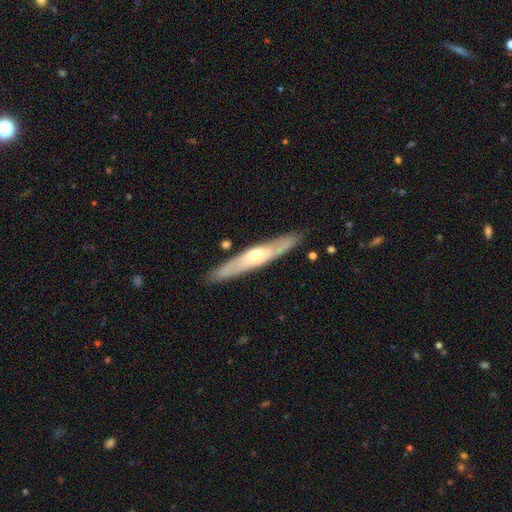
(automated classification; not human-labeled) smooth_or_featured: featured or disk (p=0.62) [alt: smooth p=0.33]
disk_edge_on: yes (p=0.66) [alt: no p=0.34]
merging: none (p=0.86) [alt: minor disturbance p=0.10]